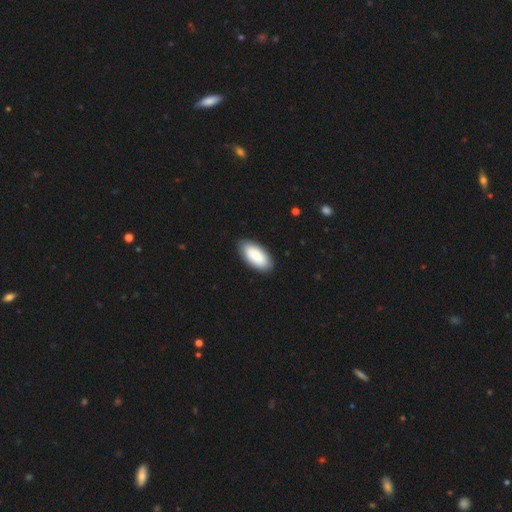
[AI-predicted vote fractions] A smooth galaxy with no disk features (89%) that is in between round and cigar-shaped (94%). Merging: none (87%).